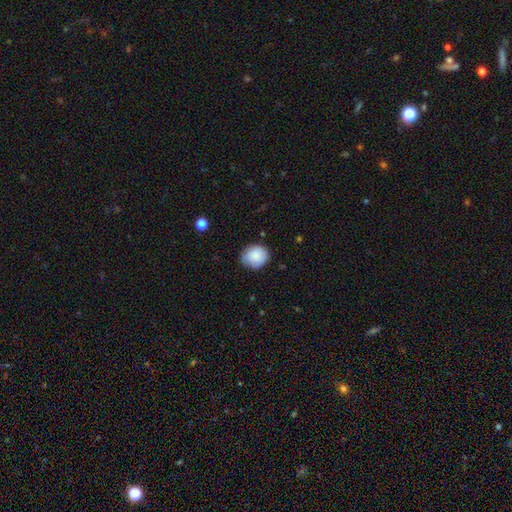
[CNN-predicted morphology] This appears to be a smooth galaxy with no disk features (86%) that is round (71%). Merging: none (77%).